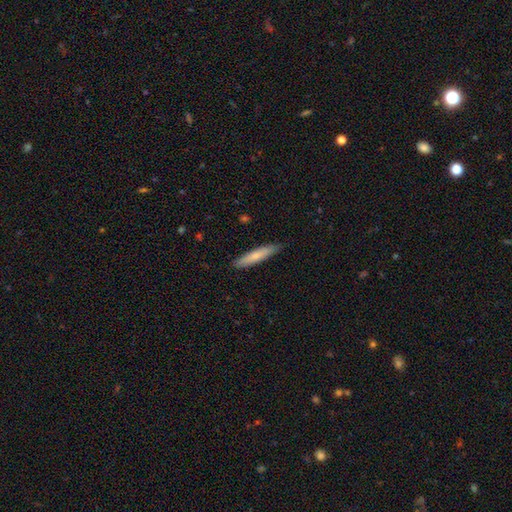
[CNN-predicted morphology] smooth_or_featured: smooth (p=0.70) [alt: featured or disk p=0.25]
how_rounded: cigar-shaped (p=0.90) [alt: in between p=0.09]
merging: none (p=0.87) [alt: minor disturbance p=0.10]